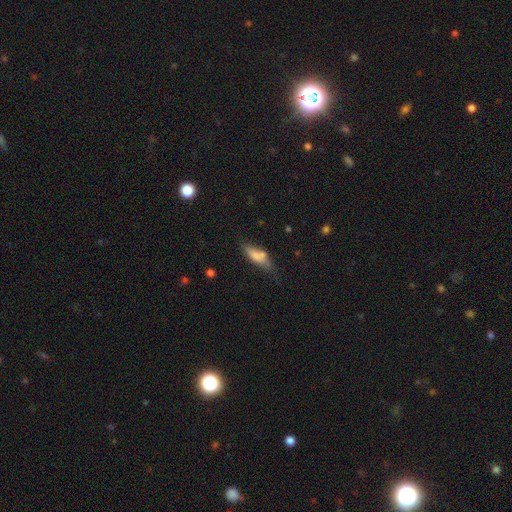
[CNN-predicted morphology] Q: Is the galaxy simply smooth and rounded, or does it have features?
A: smooth — 69%.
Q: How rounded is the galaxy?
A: in between — 53%.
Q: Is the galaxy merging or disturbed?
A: none — 53%.